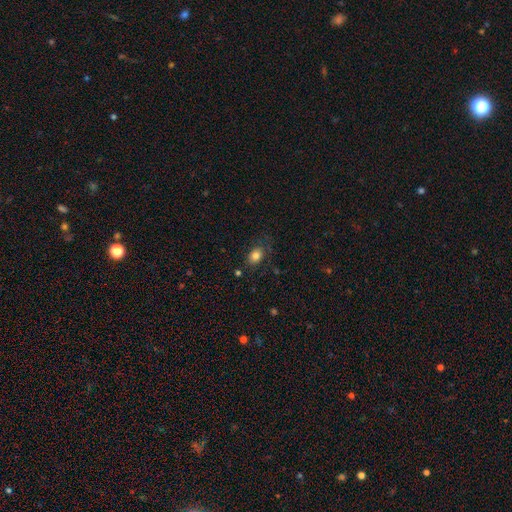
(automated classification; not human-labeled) Morphology: type=smooth (81%); roundness=in between (72%); merging=none (72%).